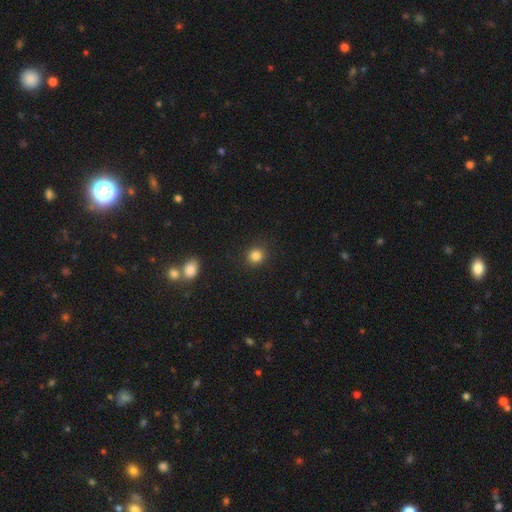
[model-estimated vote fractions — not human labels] Morphology: type=smooth (84%); roundness=round (88%); merging=none (90%).